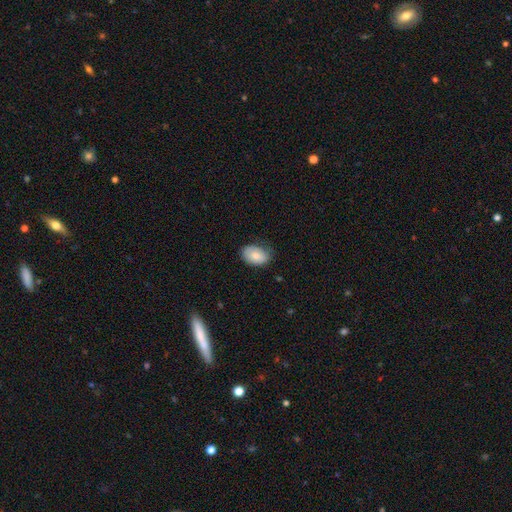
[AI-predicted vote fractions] This appears to be a smooth galaxy with no disk features (81%) that is in between round and cigar-shaped (87%). Merging: none (70%).